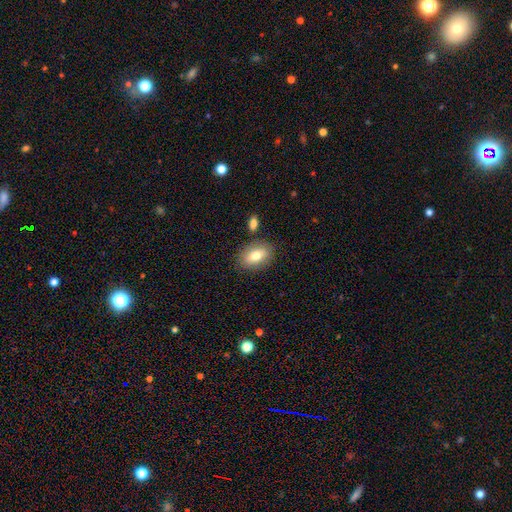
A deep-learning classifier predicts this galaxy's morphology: smooth_or_featured: smooth (p=0.74) [alt: featured or disk p=0.19]
how_rounded: in between (p=0.84) [alt: round p=0.14]
merging: none (p=0.80) [alt: minor disturbance p=0.11]